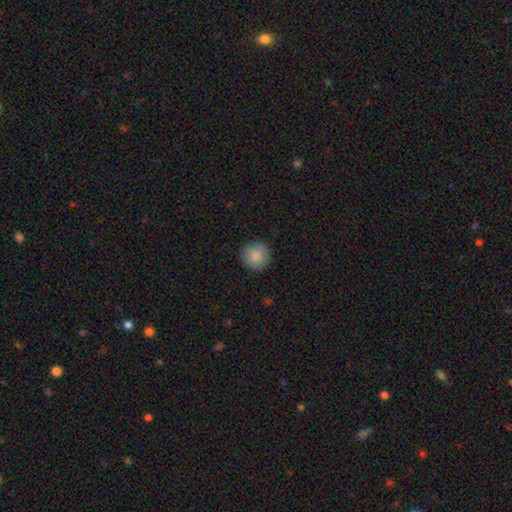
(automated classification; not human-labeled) Q: Smooth or featured?
A: smooth (87%); runner-up: star or artifact (7%)
Q: How rounded?
A: round (94%); runner-up: in between (5%)
Q: Merging?
A: none (88%); runner-up: minor disturbance (9%)